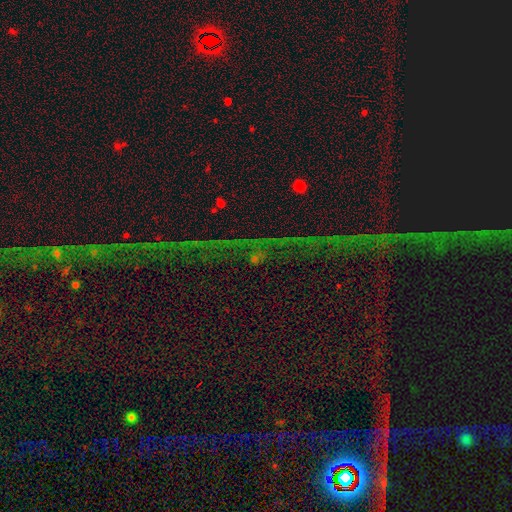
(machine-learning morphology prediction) The model was most divided on "smooth or featured": star or artifact: 79%, featured or disk: 11%, smooth: 10%.